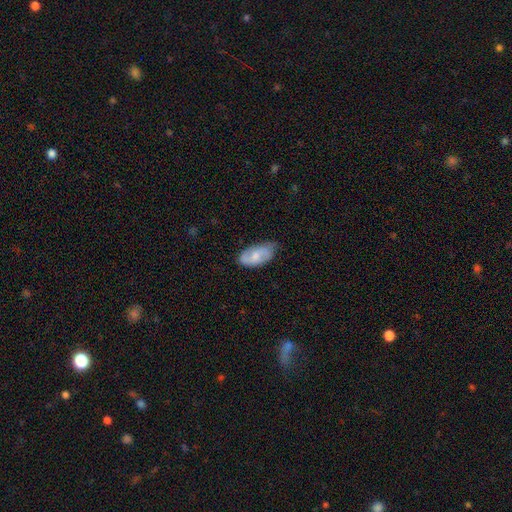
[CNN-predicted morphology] A smooth galaxy with no disk features (55%) that is in between round and cigar-shaped (93%). Merging: none (64%).